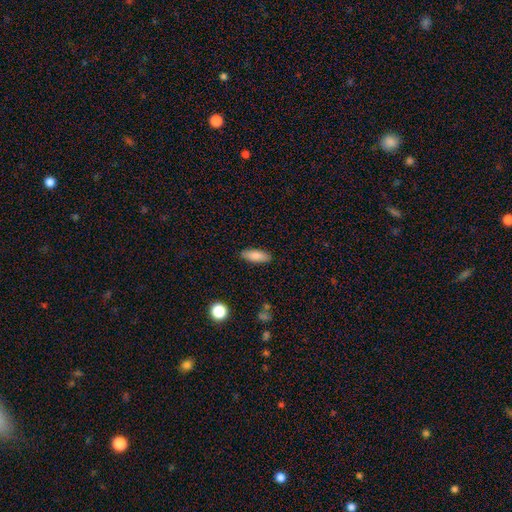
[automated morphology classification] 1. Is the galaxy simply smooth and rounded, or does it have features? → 86% smooth, 7% featured or disk, 7% star or artifact.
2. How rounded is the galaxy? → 71% in between, 26% cigar-shaped, 2% round.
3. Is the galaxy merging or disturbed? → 86% none, 10% minor disturbance, 2% major disturbance, 1% merger.